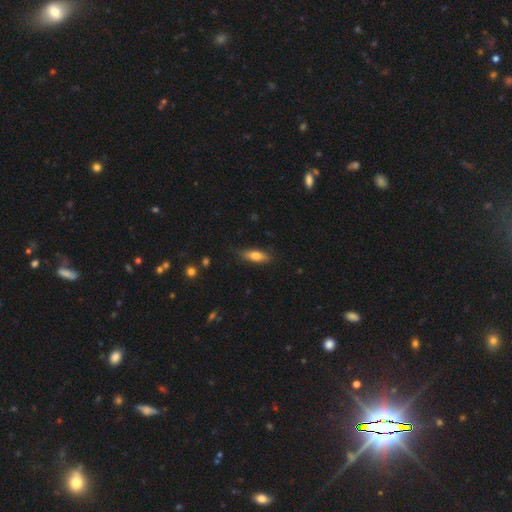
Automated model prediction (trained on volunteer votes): This is likely a smooth galaxy (71%). How rounded: possibly in between (60%). Merging: likely none (76%).